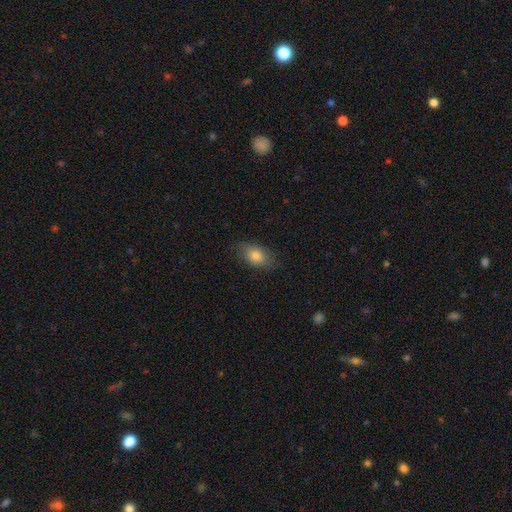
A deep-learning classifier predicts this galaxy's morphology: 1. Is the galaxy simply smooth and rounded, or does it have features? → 81% smooth, 11% featured or disk, 8% star or artifact.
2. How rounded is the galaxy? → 84% in between, 13% round, 3% cigar-shaped.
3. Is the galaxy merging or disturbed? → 78% none, 17% minor disturbance, 4% major disturbance, 1% merger.